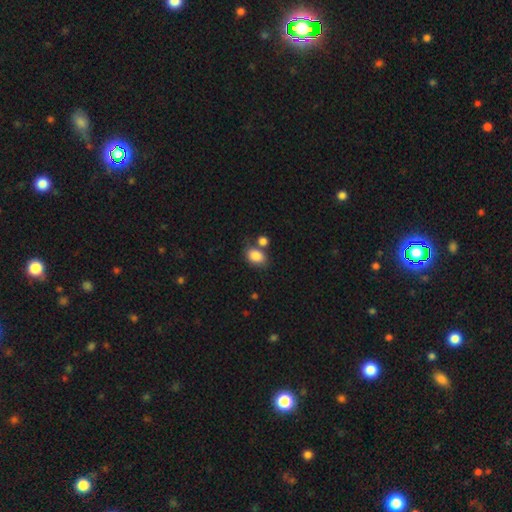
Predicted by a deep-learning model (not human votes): Q: Smooth or featured?
A: smooth (86%); runner-up: star or artifact (9%)
Q: How rounded?
A: in between (77%); runner-up: round (22%)
Q: Merging?
A: none (56%); runner-up: merger (24%)